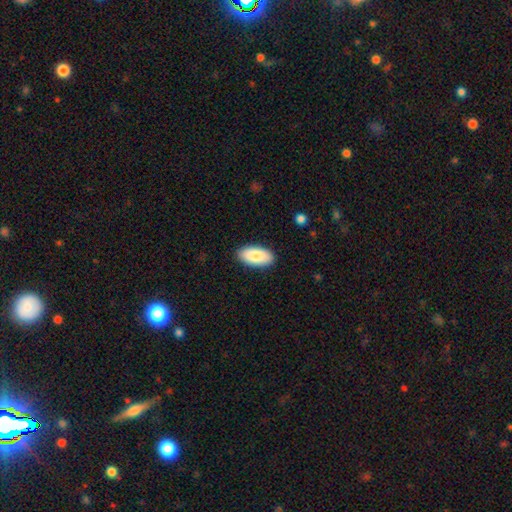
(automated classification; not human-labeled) A smooth galaxy with no disk features (86%) that is in between round and cigar-shaped (94%).

Vote fractions:
- Smooth or featured? smooth: 86% / featured or disk: 9% / star or artifact: 6%
- How rounded? in between: 94% / cigar-shaped: 4% / round: 2%
- Merging? none: 89% / minor disturbance: 8% / major disturbance: 2% / merger: 1%